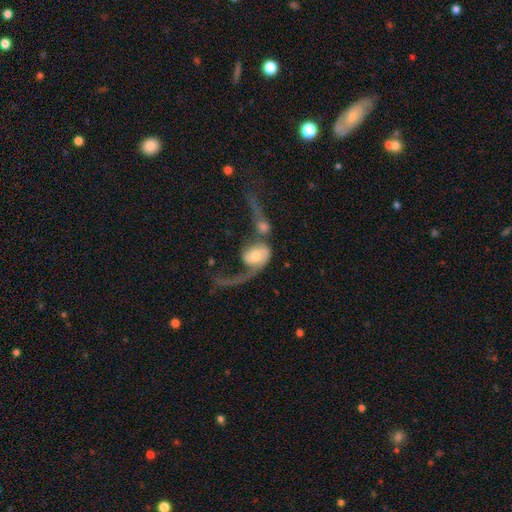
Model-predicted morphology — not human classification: featured or disk 63%, smooth 30%, star or artifact 7%. Down the decision tree: edge-on disk — no (95%); bar — no (70%); spiral arms — yes (76%); bulge size — moderate (57%); merging — merger (43%).